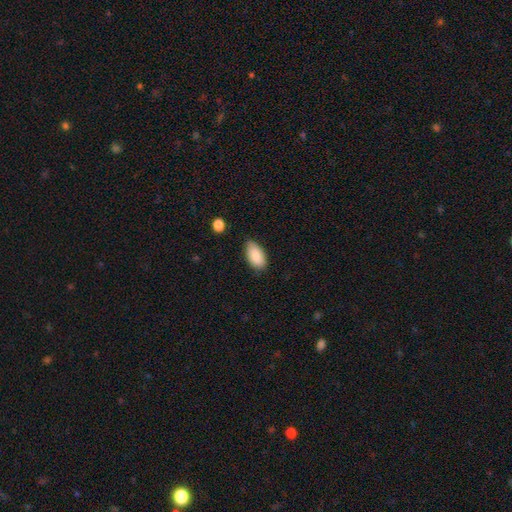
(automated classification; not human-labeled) Smooth or featured? Predicted: smooth (p=0.87). How rounded? Predicted: in between (p=0.94). Merging? Predicted: none (p=0.78).